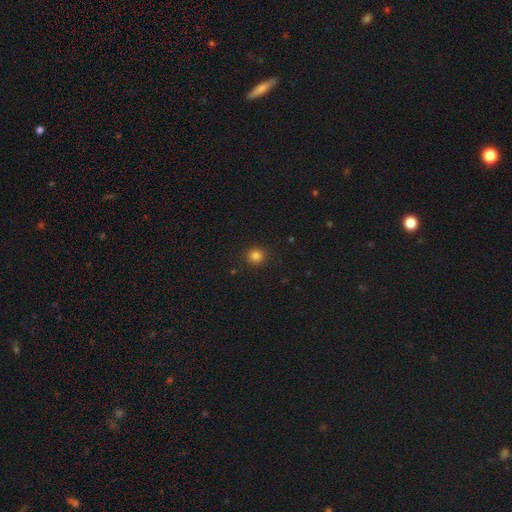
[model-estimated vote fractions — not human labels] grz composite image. It shows a smooth galaxy with no disk features (83%) that is round (91%). Merging: none (91%).